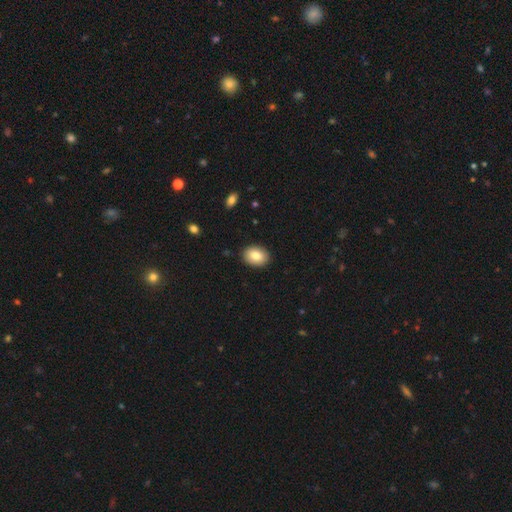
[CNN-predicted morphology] This is clearly a smooth galaxy (83%). How rounded: likely in between (74%). Merging: clearly none (90%).